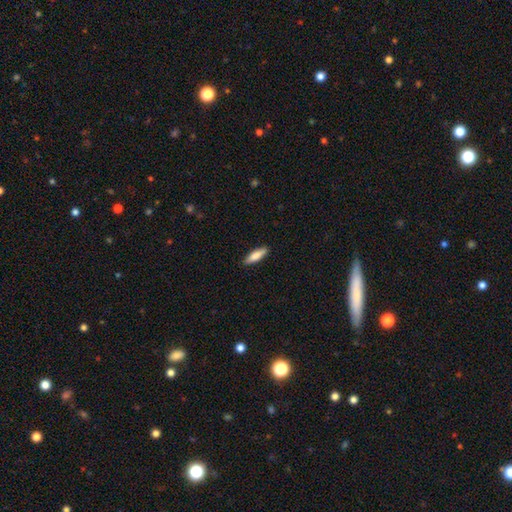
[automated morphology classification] Smooth or featured?
  - smooth: 79% *
  - featured or disk: 15%
  - star or artifact: 6%
How rounded?
  - cigar-shaped: 62% *
  - in between: 36%
  - round: 2%
Merging?
  - none: 89% *
  - minor disturbance: 8%
  - major disturbance: 2%
  - merger: 1%